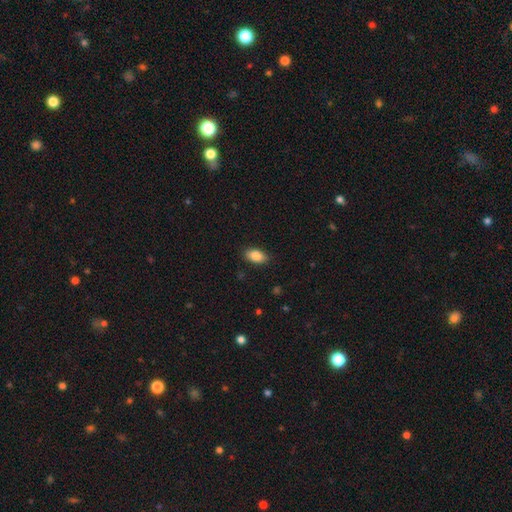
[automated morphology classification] Smooth or featured: smooth — 86% (star or artifact — 7%)
How rounded: in between — 91% (round — 5%)
Merging: none — 86% (minor disturbance — 11%)